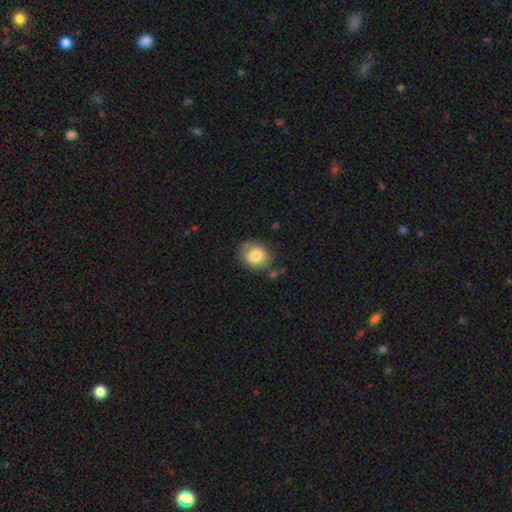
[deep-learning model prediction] Smooth or featured? smooth (80%)
How rounded? round (65%)
Merging? none (74%)